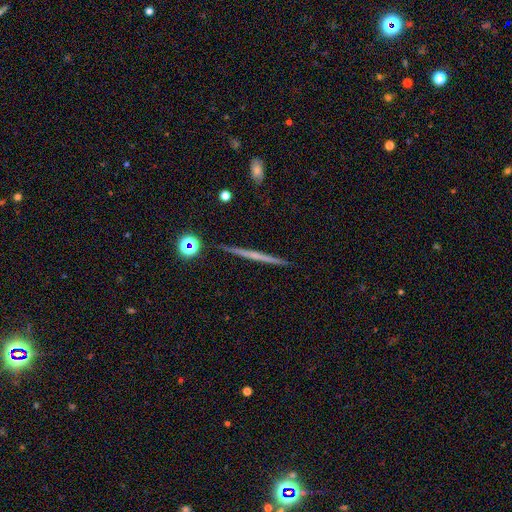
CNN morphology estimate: Smooth or featured?
  - featured or disk: 60% *
  - smooth: 32%
  - star or artifact: 9%
Edge-on disk?
  - yes: 98% *
  - no: 2%
Edge-on bulge?
  - none: 83% *
  - rounded: 13%
  - boxy: 4%
Merging?
  - none: 92% *
  - minor disturbance: 6%
  - merger: 1%
  - major disturbance: 1%